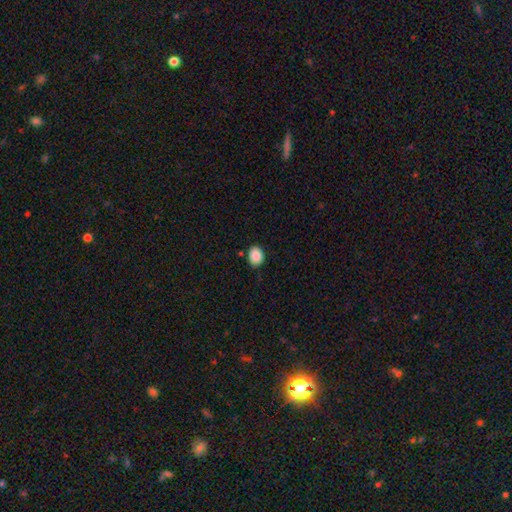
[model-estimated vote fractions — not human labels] Smooth or featured?
  - smooth: 89% *
  - star or artifact: 8%
  - featured or disk: 3%
How rounded?
  - in between: 53% *
  - round: 46%
  - cigar-shaped: 1%
Merging?
  - none: 84% *
  - minor disturbance: 11%
  - major disturbance: 2%
  - merger: 2%